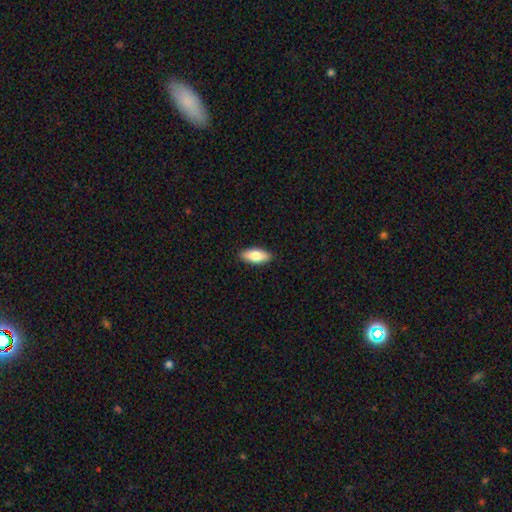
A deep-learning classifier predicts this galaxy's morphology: This appears to be a smooth galaxy with no disk features (78%) that is in between round and cigar-shaped (83%). Merging: none (90%).